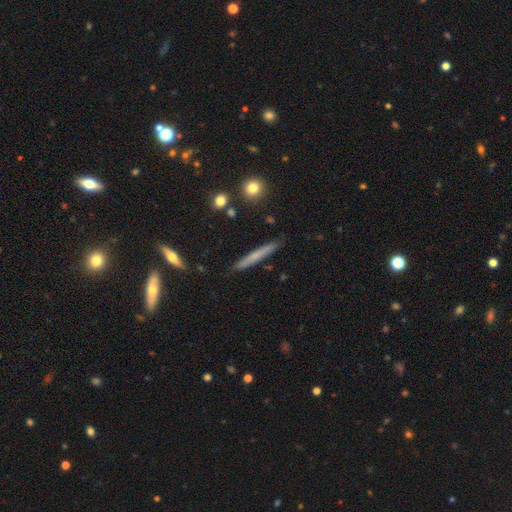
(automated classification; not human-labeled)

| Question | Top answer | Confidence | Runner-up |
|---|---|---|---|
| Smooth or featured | smooth | 55% | featured or disk (38%) |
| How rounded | cigar-shaped | 95% | in between (3%) |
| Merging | none | 87% | minor disturbance (10%) |